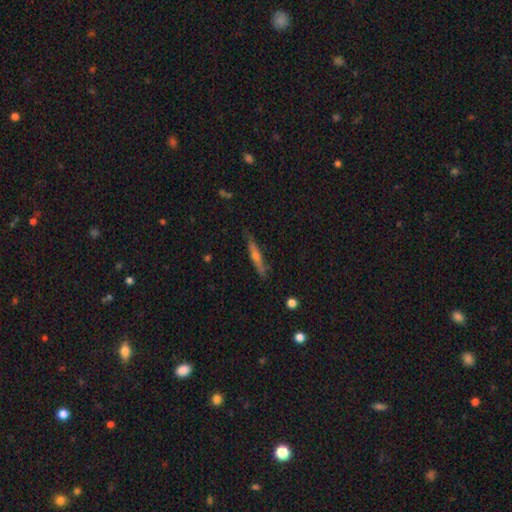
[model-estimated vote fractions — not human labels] A featured or disk galaxy (55%) viewed edge-on (94%) with a rounded central bulge (76%).

Vote fractions:
- Smooth or featured? featured or disk: 55% / smooth: 37% / star or artifact: 8%
- Edge-on disk? yes: 94% / no: 6%
- Edge-on bulge? rounded: 76% / none: 20% / boxy: 5%
- Merging? none: 84% / minor disturbance: 13% / major disturbance: 2% / merger: 2%